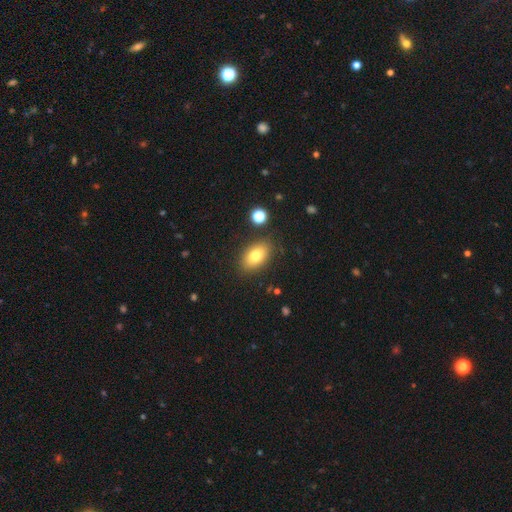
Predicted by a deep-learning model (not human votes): A smooth galaxy with no disk features (77%) that is in between round and cigar-shaped (88%).

Vote fractions:
- Smooth or featured? smooth: 77% / featured or disk: 14% / star or artifact: 9%
- How rounded? in between: 88% / round: 10% / cigar-shaped: 2%
- Merging? none: 84% / minor disturbance: 10% / major disturbance: 3% / merger: 3%